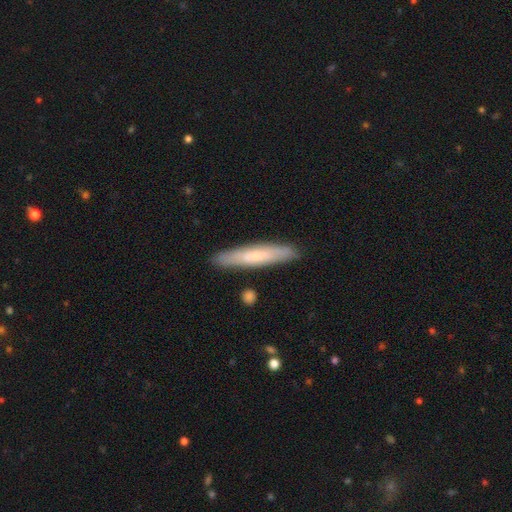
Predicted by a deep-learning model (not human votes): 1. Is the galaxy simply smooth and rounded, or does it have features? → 61% smooth, 33% featured or disk, 6% star or artifact.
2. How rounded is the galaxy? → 90% cigar-shaped, 8% in between, 1% round.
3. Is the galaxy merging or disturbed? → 88% none, 8% minor disturbance, 2% merger, 2% major disturbance.